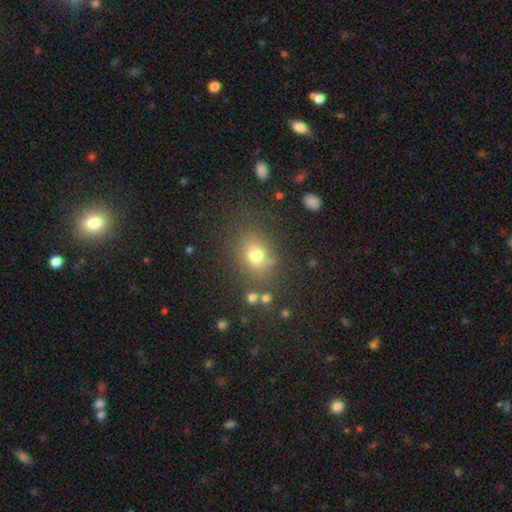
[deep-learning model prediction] smooth-or-featured: smooth: 73% | star or artifact: 17% | featured or disk: 10%
  how-rounded: round: 55% | in between: 43% | cigar-shaped: 1%
  merging: none: 74% | minor disturbance: 14% | major disturbance: 7% | merger: 6%